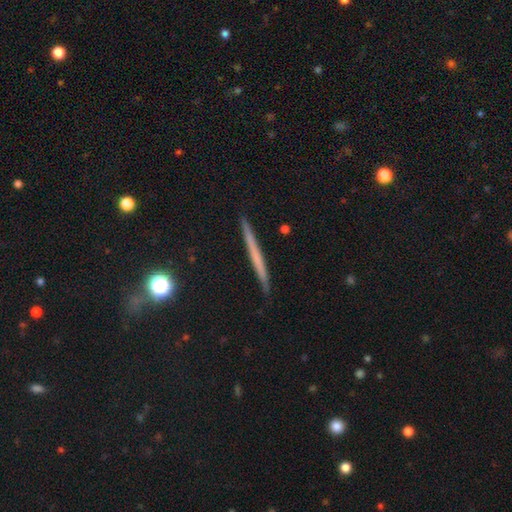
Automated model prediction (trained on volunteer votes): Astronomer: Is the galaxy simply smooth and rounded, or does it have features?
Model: featured or disk — 49% (runner-up: smooth, 43%).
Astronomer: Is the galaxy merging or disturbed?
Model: none — 92%.